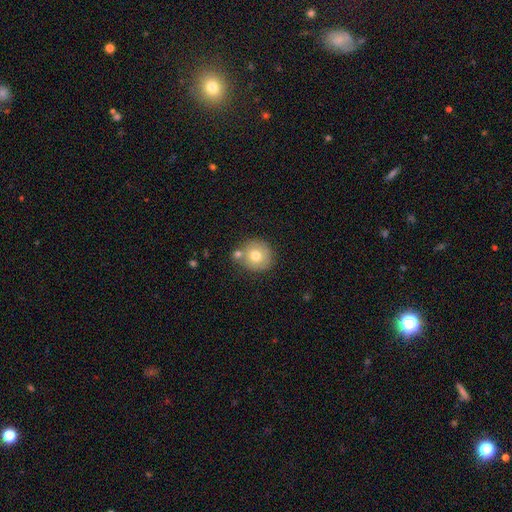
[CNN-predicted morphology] Overall: smooth (72%). How rounded: round (90%). Merging: none (62%).